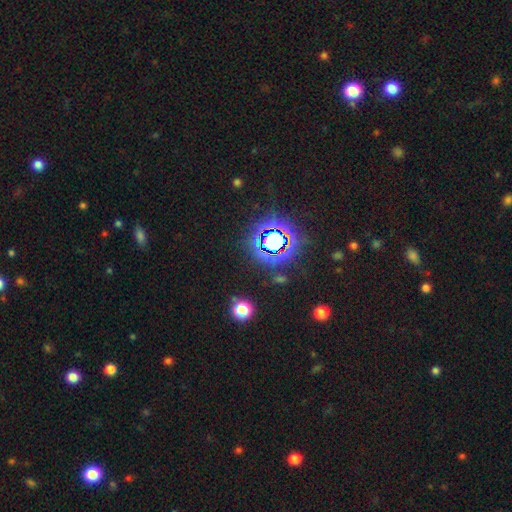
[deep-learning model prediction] smooth_or_featured: star or artifact (p=0.76) [alt: smooth p=0.15]